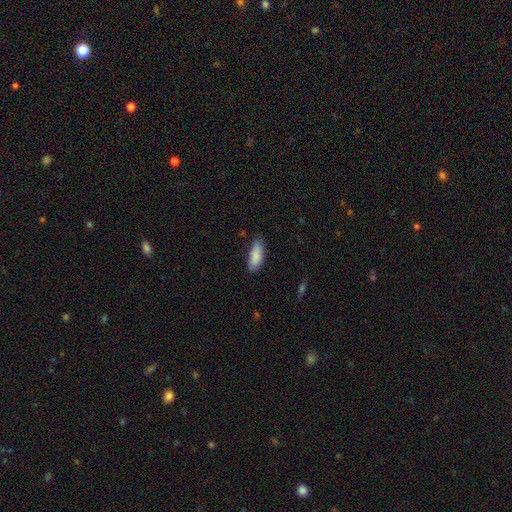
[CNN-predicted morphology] smooth_or_featured: smooth (p=0.88) [alt: star or artifact p=0.06]
how_rounded: in between (p=0.74) [alt: cigar-shaped p=0.24]
merging: none (p=0.75) [alt: minor disturbance p=0.21]